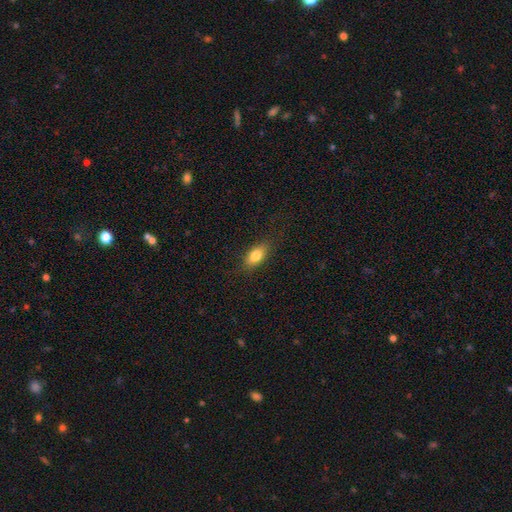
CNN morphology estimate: This appears to be a smooth galaxy with no disk features (80%) that is in between round and cigar-shaped (83%). Merging: none (83%).